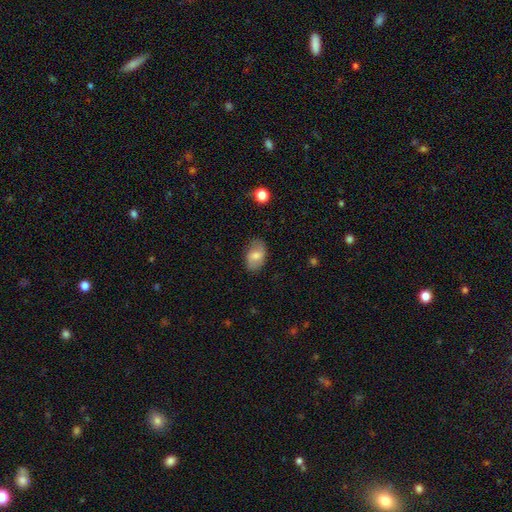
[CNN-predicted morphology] Q: Smooth or featured?
A: smooth (58%); runner-up: featured or disk (34%)
Q: How rounded?
A: in between (87%); runner-up: round (11%)
Q: Merging?
A: none (77%); runner-up: minor disturbance (17%)